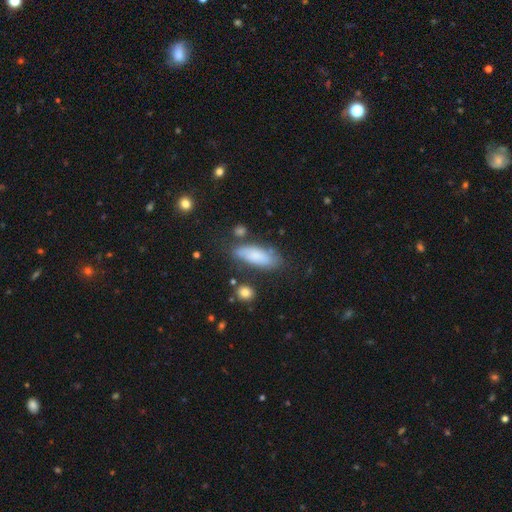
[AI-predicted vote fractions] The model was most divided on "how rounded": in between: 69%, cigar-shaped: 28%, round: 3%. More confident: smooth or featured — smooth (74%); merging — none (65%).